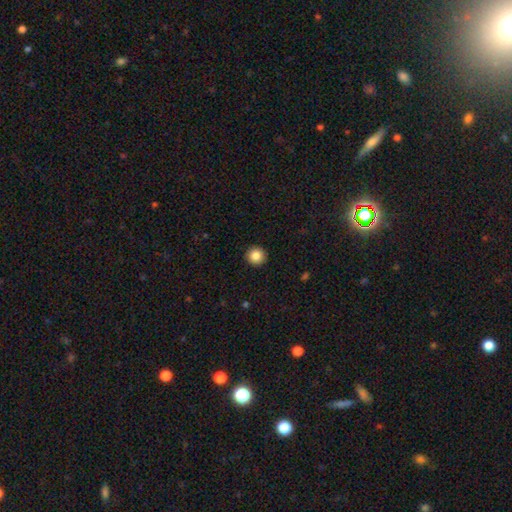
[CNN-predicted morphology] Overall: smooth (85%). How rounded: round (95%). Merging: none (93%).